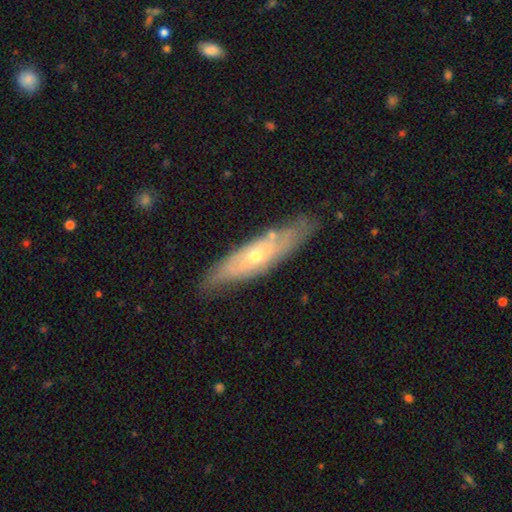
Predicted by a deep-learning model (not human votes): A featured or disk galaxy (67%).

Vote fractions:
- Smooth or featured? featured or disk: 67% / smooth: 27% / star or artifact: 6%
- Edge-on disk? no: 58% / yes: 42%
- Merging? none: 77% / minor disturbance: 17% / major disturbance: 4% / merger: 3%